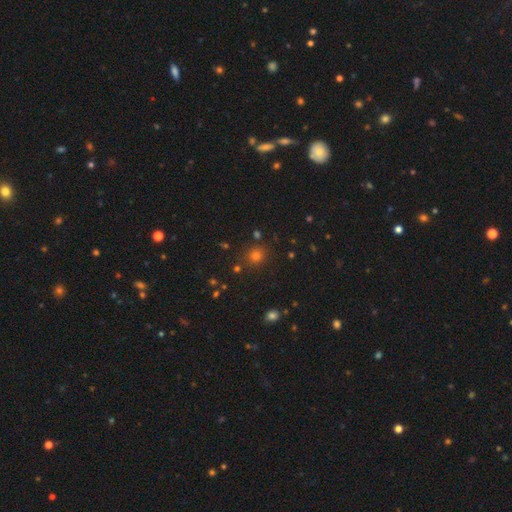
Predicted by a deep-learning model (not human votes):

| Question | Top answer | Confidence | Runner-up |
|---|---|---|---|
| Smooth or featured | smooth | 68% | star or artifact (26%) |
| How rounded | round | 86% | in between (13%) |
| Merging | none | 85% | minor disturbance (8%) |